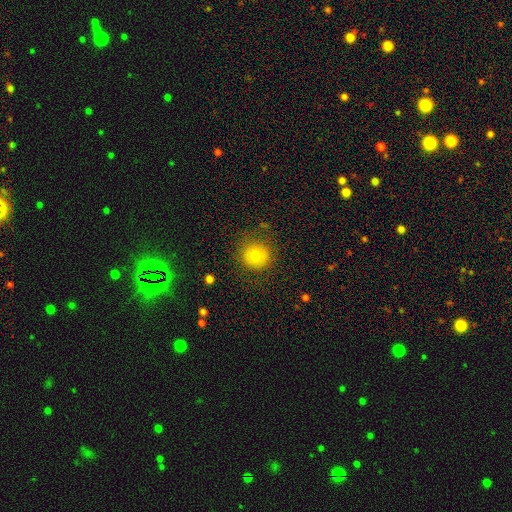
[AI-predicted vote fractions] smooth_or_featured: smooth (p=0.78) [alt: star or artifact p=0.12]
how_rounded: round (p=0.92) [alt: in between p=0.07]
merging: none (p=0.83) [alt: minor disturbance p=0.11]